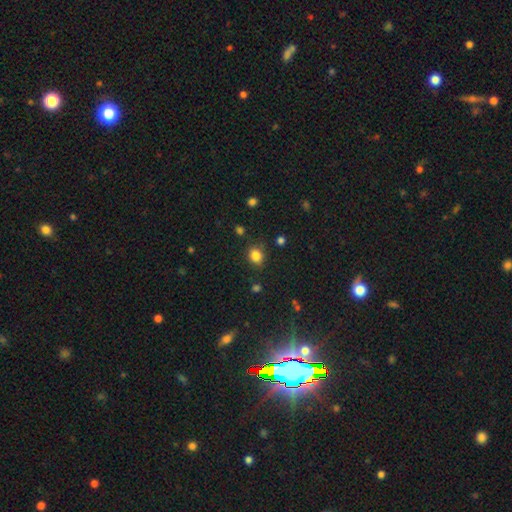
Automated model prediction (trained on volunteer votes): The model was most divided on "how rounded": round: 54%, in between: 46%, cigar-shaped: 1%. More confident: smooth or featured — smooth (83%); merging — none (80%).